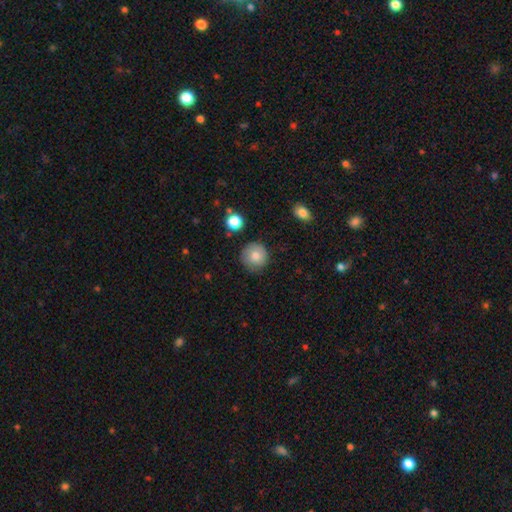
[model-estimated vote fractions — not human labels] This appears to be a smooth galaxy with no disk features (79%) that is round (94%). Merging: none (84%).